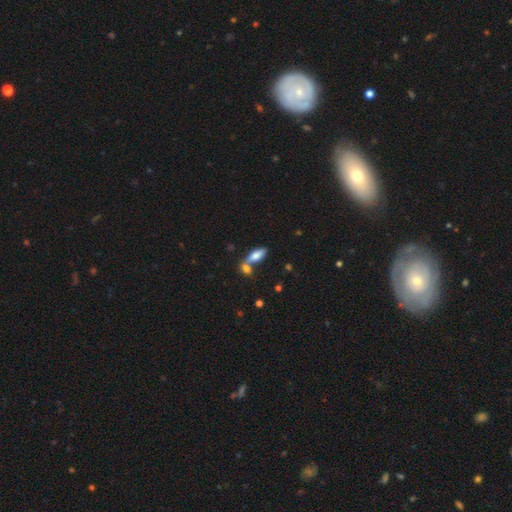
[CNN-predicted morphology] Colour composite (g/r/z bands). It shows a smooth galaxy with no disk features (72%) that is in between round and cigar-shaped (71%). Merging: merger (46%).